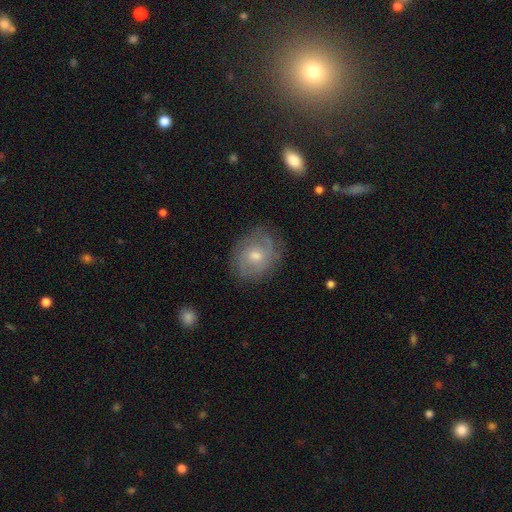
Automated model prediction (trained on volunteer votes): A featured or disk galaxy (68%) with no bar (69%), tight (58%) spiral arms (87%) and a moderate central bulge (59%).

Vote fractions:
- Smooth or featured? featured or disk: 68% / smooth: 23% / star or artifact: 8%
- Edge-on disk? no: 97% / yes: 3%
- Bar? no: 69% / weak: 28% / strong: 4%
- Spiral arms? yes: 87% / no: 13%
- Spiral winding? tight: 58% / medium: 32% / loose: 10%
- Spiral arm count? can't tell: 41% / 2: 30% / 3: 15% / 1: 6% / 4: 5% / more than 4: 4%
- Bulge size? moderate: 59% / small: 36% / large: 3% / none: 2% / dominant: 1%
- Merging? none: 77% / minor disturbance: 16% / major disturbance: 6% / merger: 1%